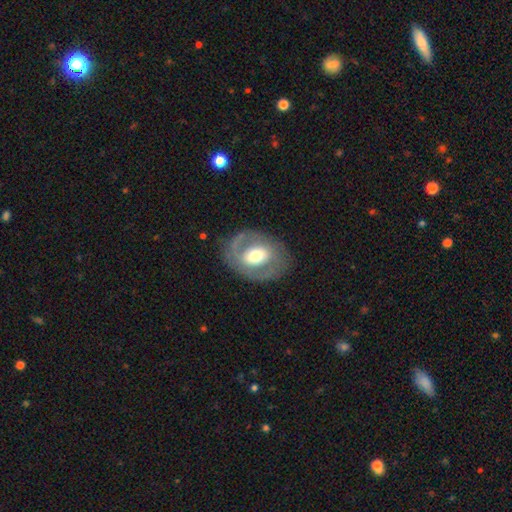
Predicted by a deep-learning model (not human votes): The model was most divided on "bar": no: 42%, weak: 35%, strong: 23%. More confident: edge-on disk — no (95%); merging — none (75%); smooth or featured — featured or disk (63%); bulge size — moderate (61%); spiral arms — yes (58%).